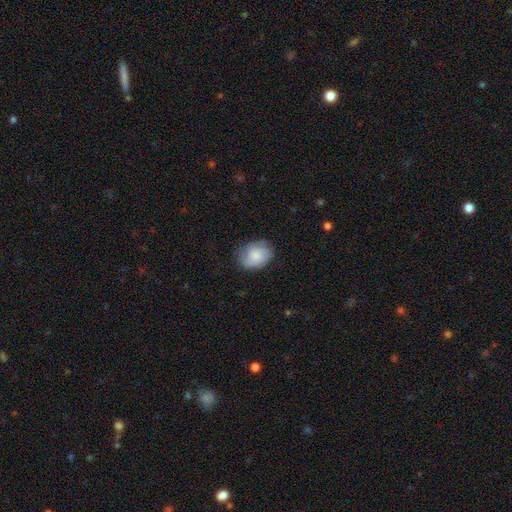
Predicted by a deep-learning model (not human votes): Smooth or featured? Predicted: smooth (p=0.67). How rounded? Predicted: in between (p=0.56). Merging? Predicted: none (p=0.72).